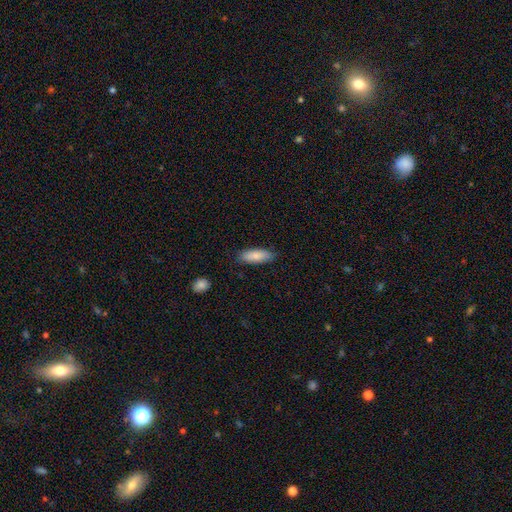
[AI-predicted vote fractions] A smooth galaxy with no disk features (84%) that is in between round and cigar-shaped (69%).

Vote fractions:
- Smooth or featured? smooth: 84% / featured or disk: 10% / star or artifact: 6%
- How rounded? in between: 69% / cigar-shaped: 29% / round: 2%
- Merging? none: 85% / minor disturbance: 11% / major disturbance: 2% / merger: 1%